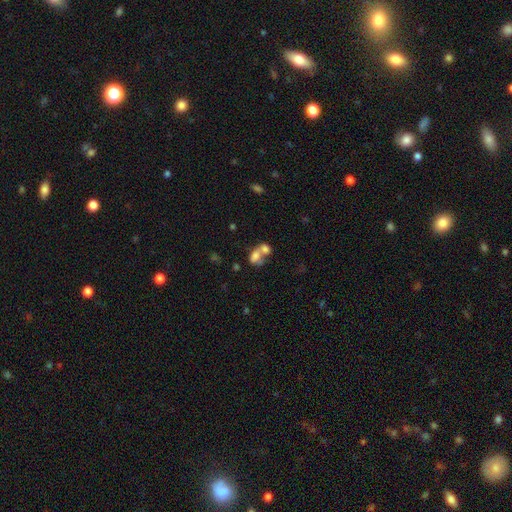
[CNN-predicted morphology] A smooth galaxy with no disk features (69%) that is in between round and cigar-shaped (76%).

Vote fractions:
- Smooth or featured? smooth: 69% / featured or disk: 20% / star or artifact: 12%
- How rounded? in between: 76% / round: 22% / cigar-shaped: 2%
- Merging? merger: 66% / none: 19% / minor disturbance: 8% / major disturbance: 7%